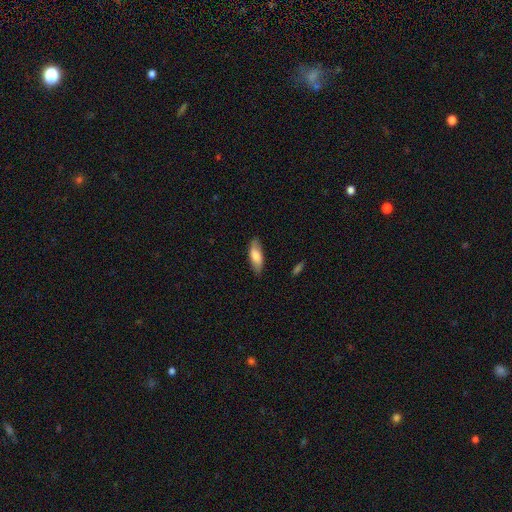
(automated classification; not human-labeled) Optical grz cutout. It shows a smooth galaxy with no disk features (74%) that is in between round and cigar-shaped (68%). Merging: none (82%).